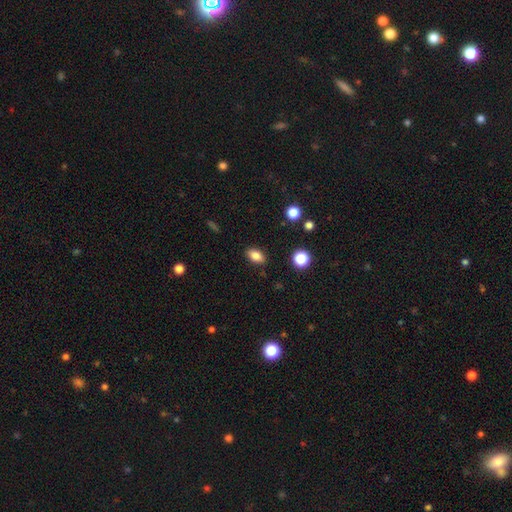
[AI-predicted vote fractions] Smooth or featured? Predicted: smooth (p=0.83). How rounded? Predicted: in between (p=0.85). Merging? Predicted: none (p=0.87).